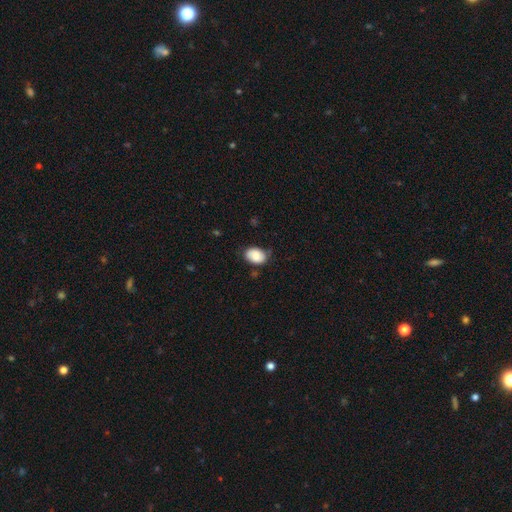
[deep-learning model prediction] smooth_or_featured: smooth (p=0.85) [alt: featured or disk p=0.08]
how_rounded: in between (p=0.81) [alt: round p=0.18]
merging: none (p=0.73) [alt: minor disturbance p=0.21]